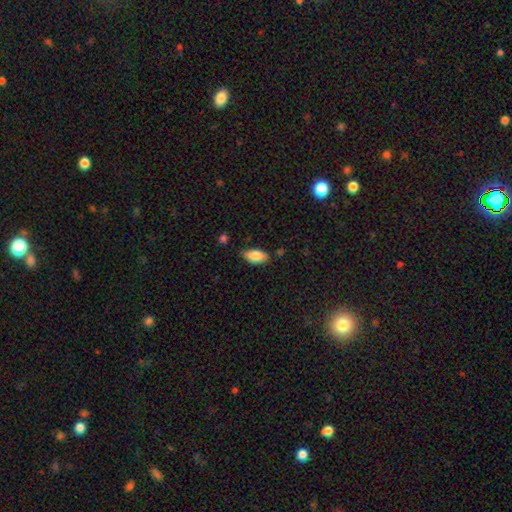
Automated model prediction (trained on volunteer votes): Smooth or featured? smooth (83%)
How rounded? in between (91%)
Merging? none (78%)